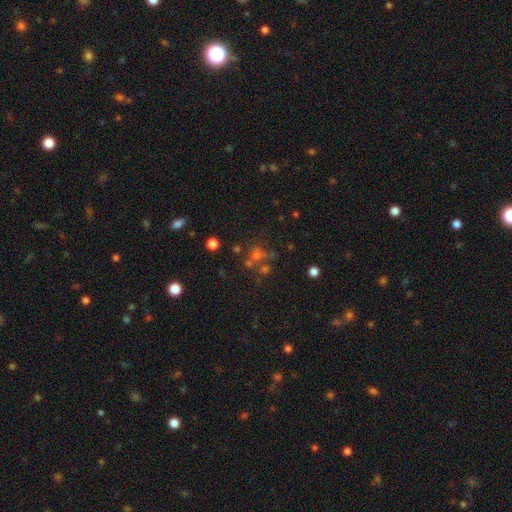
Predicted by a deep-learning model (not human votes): Smooth or featured: smooth — 42% (star or artifact — 41%)
Merging: none — 55% (merger — 26%)